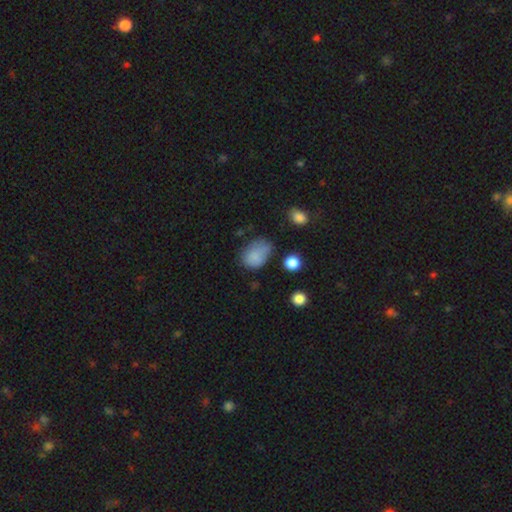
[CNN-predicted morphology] Q: Smooth or featured?
A: smooth (80%); runner-up: star or artifact (10%)
Q: How rounded?
A: in between (72%); runner-up: round (27%)
Q: Merging?
A: none (46%); runner-up: minor disturbance (34%)